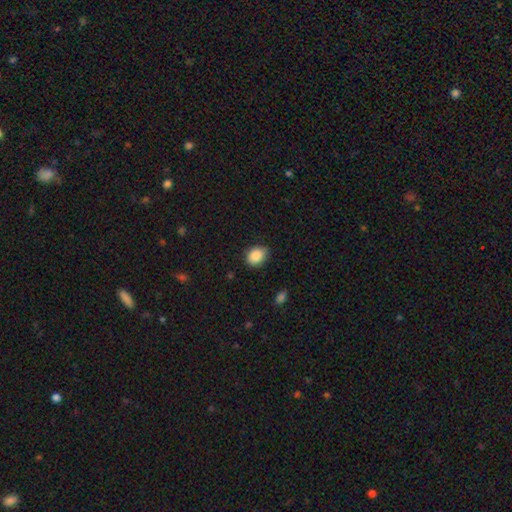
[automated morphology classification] A smooth galaxy with no disk features (87%) that is in between round and cigar-shaped (63%).

Vote fractions:
- Smooth or featured? smooth: 87% / star or artifact: 8% / featured or disk: 5%
- How rounded? in between: 63% / round: 37% / cigar-shaped: 1%
- Merging? none: 80% / minor disturbance: 16% / major disturbance: 3% / merger: 1%